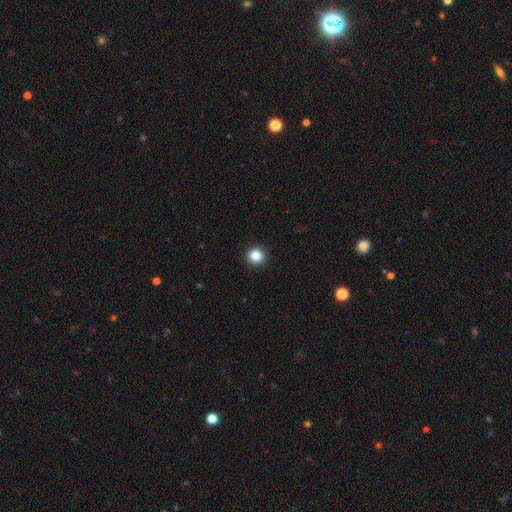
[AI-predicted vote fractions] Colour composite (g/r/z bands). It shows a smooth galaxy with no disk features (86%) that is round (95%). Merging: none (93%).